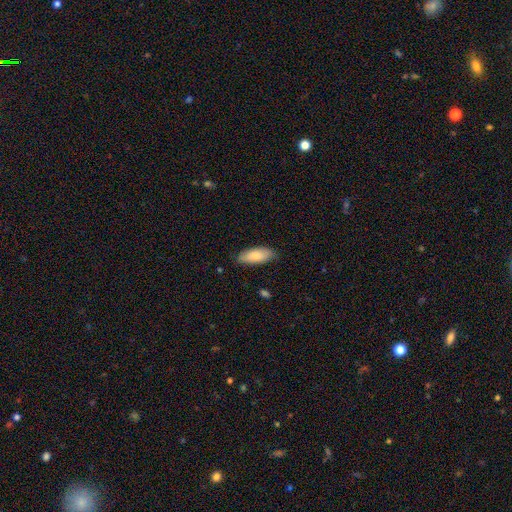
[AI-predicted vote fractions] This is clearly a smooth galaxy (82%). How rounded: clearly in between (80%). Merging: clearly none (82%).